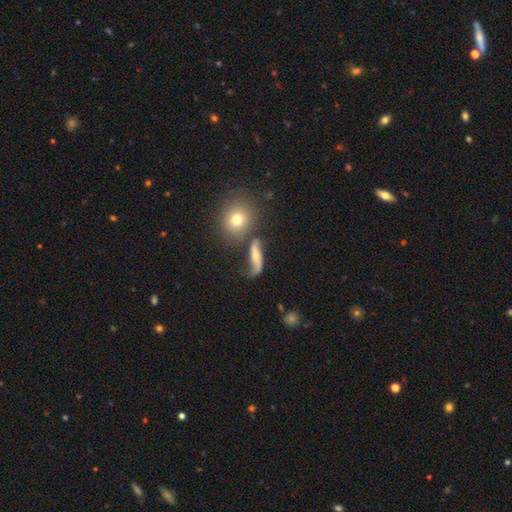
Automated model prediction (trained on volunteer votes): Q: Smooth or featured?
A: featured or disk (56%); runner-up: smooth (34%)
Q: Edge-on disk?
A: no (80%); runner-up: yes (20%)
Q: Merging?
A: none (49%); runner-up: minor disturbance (20%)